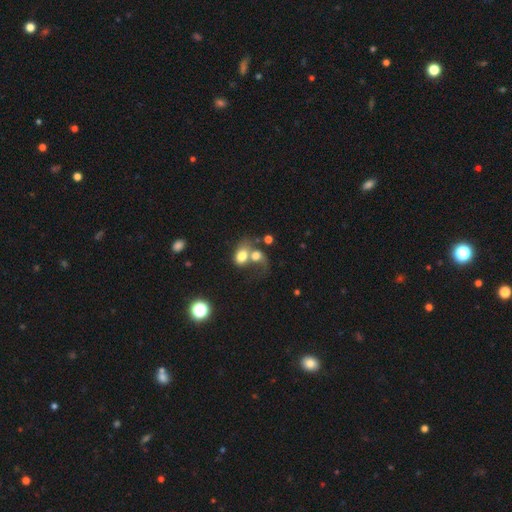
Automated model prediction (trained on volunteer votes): A smooth galaxy with no disk features (65%) that is in between round and cigar-shaped (63%).

Vote fractions:
- Smooth or featured? smooth: 65% / featured or disk: 24% / star or artifact: 11%
- How rounded? in between: 63% / round: 36% / cigar-shaped: 2%
- Merging? merger: 71% / none: 13% / major disturbance: 11% / minor disturbance: 6%